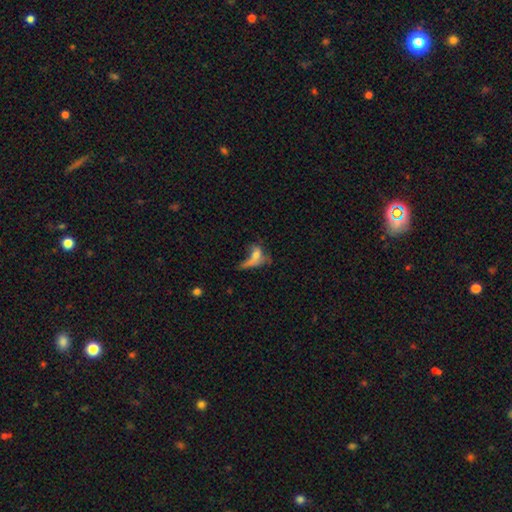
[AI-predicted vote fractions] Smooth or featured? Predicted: smooth (p=0.49). Merging? Predicted: major disturbance (p=0.44).